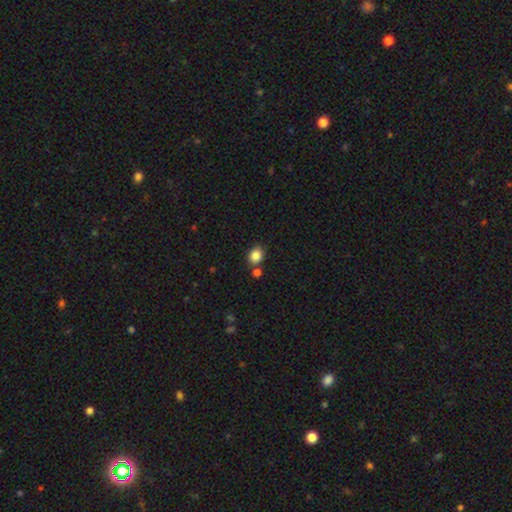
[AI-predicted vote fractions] smooth 86%, star or artifact 10%, featured or disk 5%. Down the decision tree: how rounded — round (53%); merging — none (72%).